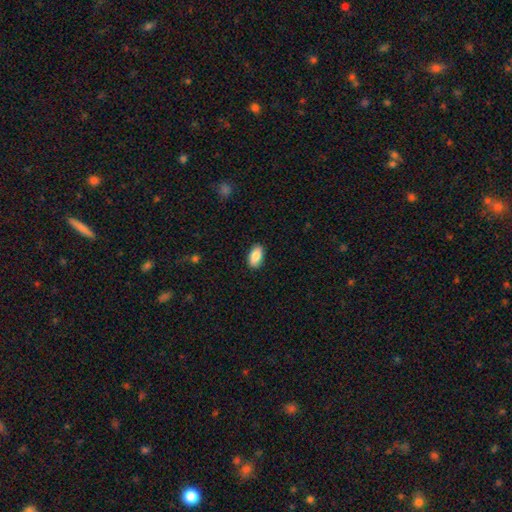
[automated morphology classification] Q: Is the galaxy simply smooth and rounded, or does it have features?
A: smooth — 87%.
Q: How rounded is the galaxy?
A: in between — 93%.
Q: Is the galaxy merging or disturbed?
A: none — 89%.